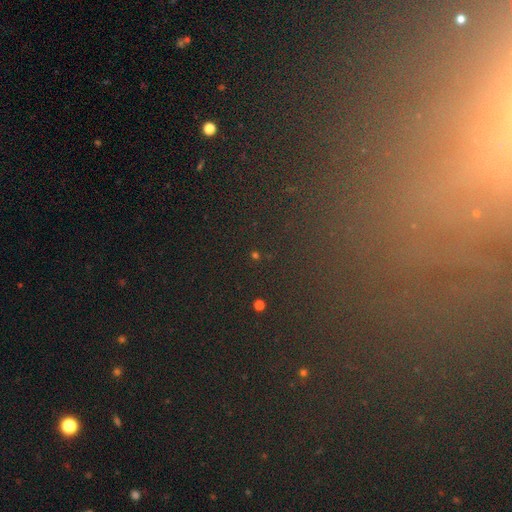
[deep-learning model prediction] The model was most divided on "smooth or featured": star or artifact: 72%, smooth: 18%, featured or disk: 10%.